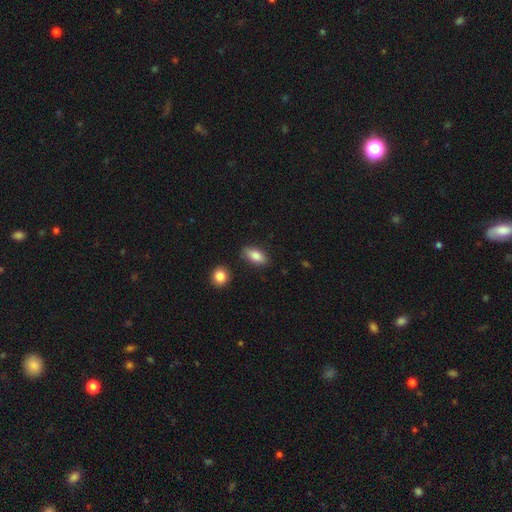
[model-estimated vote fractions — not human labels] This appears to be a smooth galaxy with no disk features (83%) that is in between round and cigar-shaped (86%). Merging: none (84%).